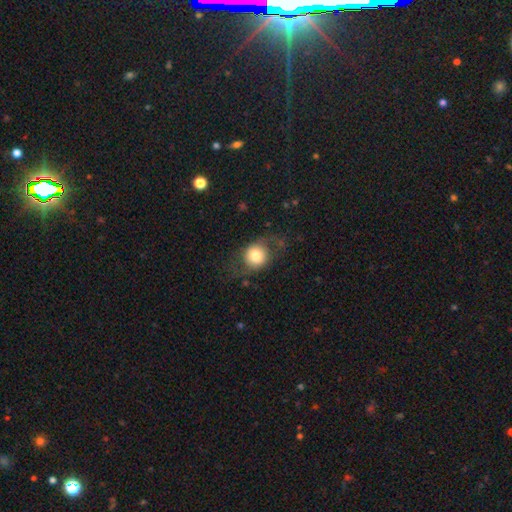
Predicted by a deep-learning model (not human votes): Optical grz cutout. It shows a smooth galaxy with no disk features (65%) that is round (79%). Merging: none (62%).